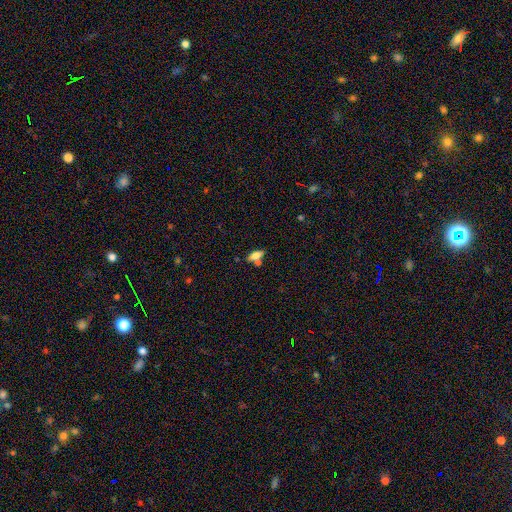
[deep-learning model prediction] Q: Smooth or featured?
A: smooth (68%); runner-up: featured or disk (23%)
Q: How rounded?
A: in between (74%); runner-up: cigar-shaped (22%)
Q: Merging?
A: none (58%); runner-up: merger (23%)